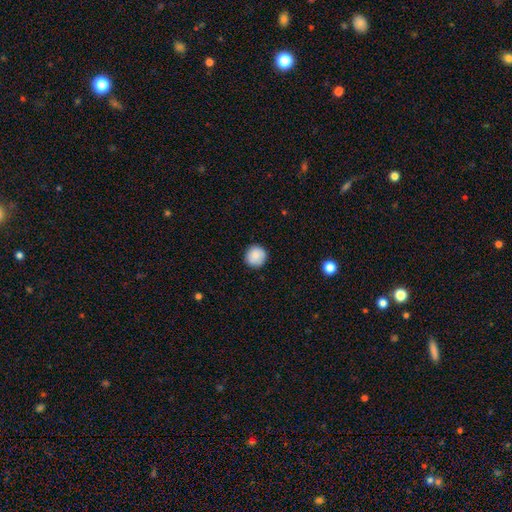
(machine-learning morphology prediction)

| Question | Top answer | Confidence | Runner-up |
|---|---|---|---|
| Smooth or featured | smooth | 86% | star or artifact (8%) |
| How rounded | round | 94% | in between (5%) |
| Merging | none | 90% | minor disturbance (7%) |